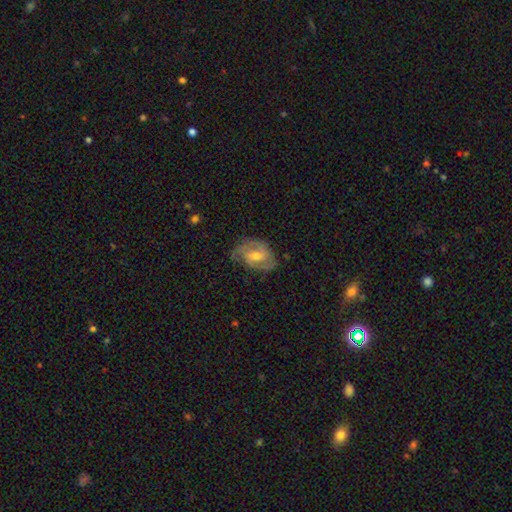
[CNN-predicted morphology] type=featured or disk (79%); edge-on=no (97%); bar=weak (51%); spiral arms=yes (93%); winding=medium (49%); arm count=2 (68%); bulge=moderate (58%); merging=none (68%).